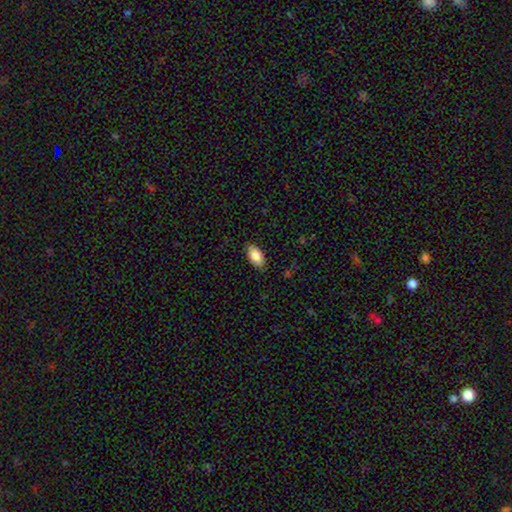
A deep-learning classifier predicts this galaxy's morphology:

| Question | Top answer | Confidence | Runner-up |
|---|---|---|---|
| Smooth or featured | smooth | 87% | featured or disk (7%) |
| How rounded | in between | 93% | cigar-shaped (4%) |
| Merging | none | 86% | minor disturbance (10%) |